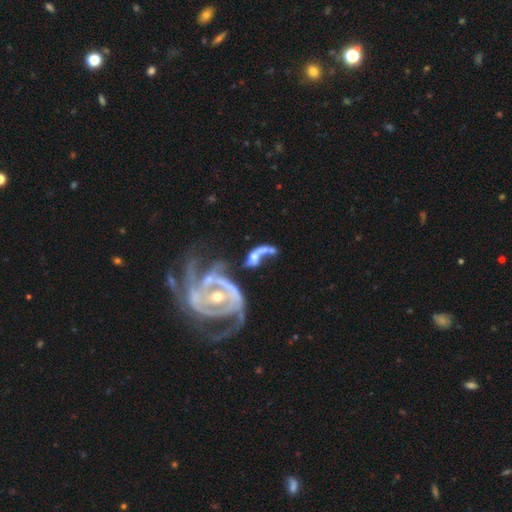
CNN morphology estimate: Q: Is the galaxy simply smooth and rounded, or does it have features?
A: featured or disk — 71%.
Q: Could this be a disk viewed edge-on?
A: no — 95%.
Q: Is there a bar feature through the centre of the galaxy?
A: no — 66%.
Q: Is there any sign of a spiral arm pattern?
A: yes — 71%.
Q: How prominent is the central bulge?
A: moderate — 46%.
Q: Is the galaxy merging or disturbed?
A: merger — 49%.